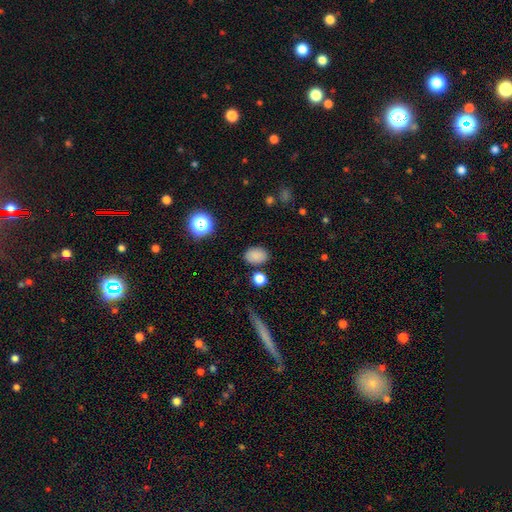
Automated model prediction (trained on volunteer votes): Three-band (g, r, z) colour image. It shows a smooth galaxy with no disk features (82%) that is in between round and cigar-shaped (81%). Merging: none (81%).